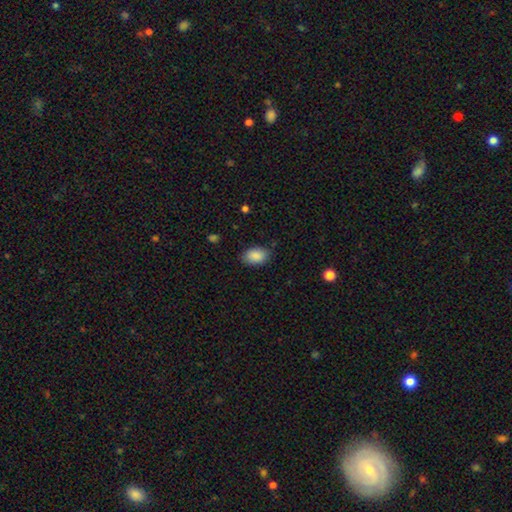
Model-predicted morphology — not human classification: Smooth or featured? smooth (89%)
How rounded? in between (90%)
Merging? none (83%)